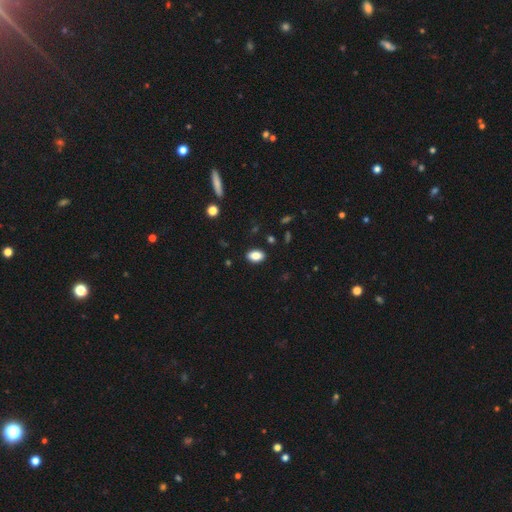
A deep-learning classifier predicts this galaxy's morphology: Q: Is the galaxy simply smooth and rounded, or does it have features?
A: smooth — 86%.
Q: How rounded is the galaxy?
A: in between — 89%.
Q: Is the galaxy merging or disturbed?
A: none — 89%.